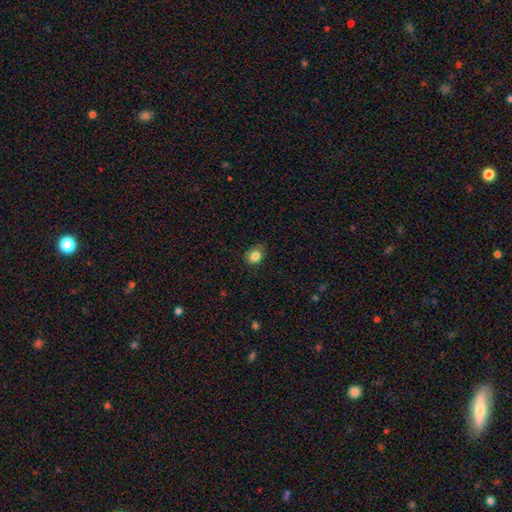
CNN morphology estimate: Smooth or featured? Predicted: smooth (p=0.84). How rounded? Predicted: round (p=0.50). Merging? Predicted: none (p=0.71).